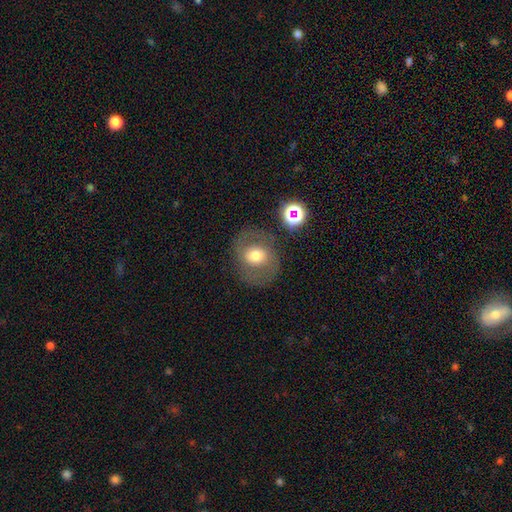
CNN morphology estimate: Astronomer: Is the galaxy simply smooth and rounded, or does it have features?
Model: smooth — 54% (runner-up: featured or disk, 35%).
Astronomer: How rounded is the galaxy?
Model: round — 60% (runner-up: in between, 39%).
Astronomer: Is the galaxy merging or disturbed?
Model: none — 78%.